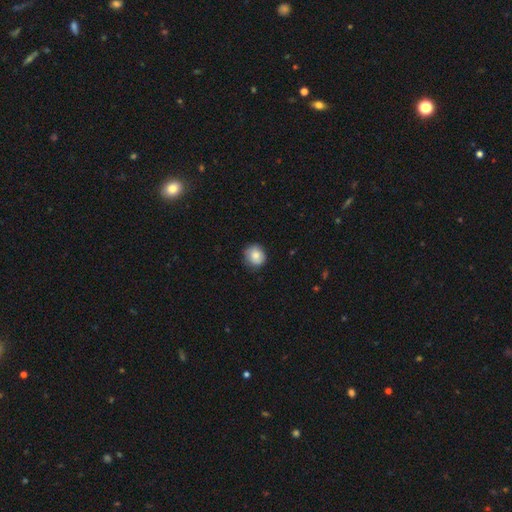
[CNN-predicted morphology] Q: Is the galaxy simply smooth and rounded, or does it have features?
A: smooth — 80%.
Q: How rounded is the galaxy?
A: round — 81%.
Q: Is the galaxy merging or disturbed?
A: none — 81%.